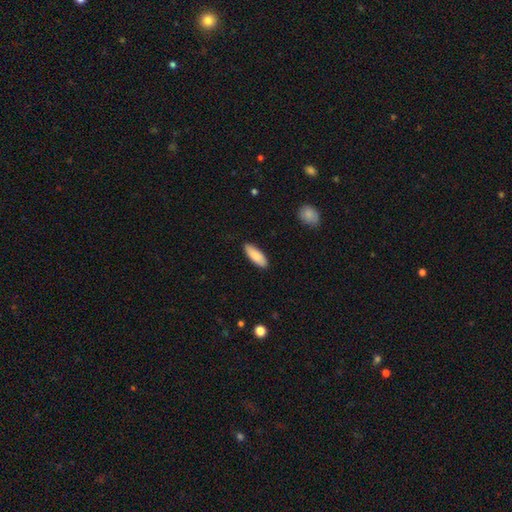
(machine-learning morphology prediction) Smooth or featured: smooth — 87% (featured or disk — 7%)
How rounded: in between — 65% (cigar-shaped — 34%)
Merging: none — 88% (minor disturbance — 9%)